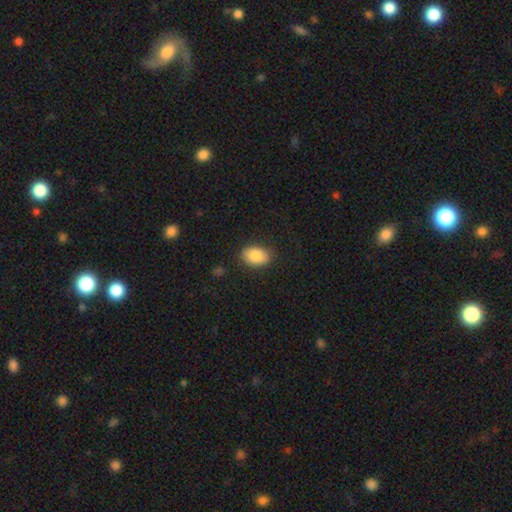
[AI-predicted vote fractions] Q: Smooth or featured?
A: smooth (85%); runner-up: featured or disk (8%)
Q: How rounded?
A: in between (81%); runner-up: round (17%)
Q: Merging?
A: none (86%); runner-up: minor disturbance (11%)